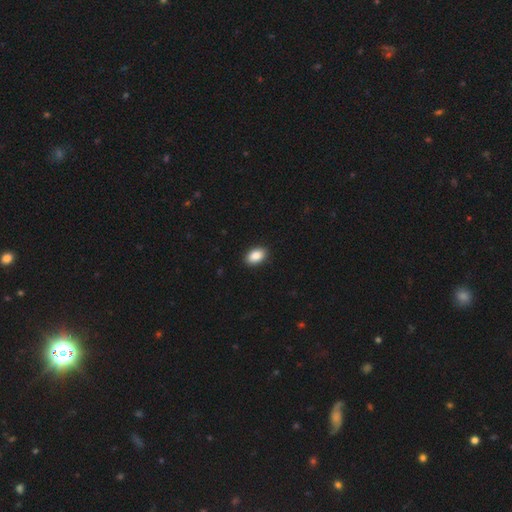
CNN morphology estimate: Smooth or featured?
  - smooth: 88% *
  - star or artifact: 7%
  - featured or disk: 4%
How rounded?
  - in between: 91% *
  - round: 8%
  - cigar-shaped: 1%
Merging?
  - none: 91% *
  - minor disturbance: 7%
  - major disturbance: 2%
  - merger: 1%